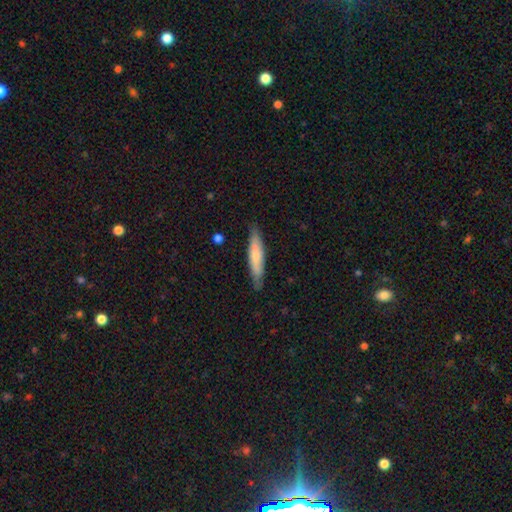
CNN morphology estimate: smooth-or-featured: smooth: 65% | featured or disk: 30% | star or artifact: 5%
  how-rounded: cigar-shaped: 85% | in between: 13% | round: 1%
  merging: none: 84% | minor disturbance: 13% | major disturbance: 2% | merger: 1%